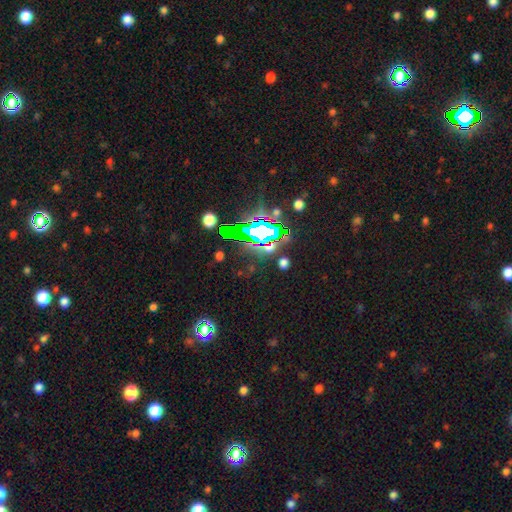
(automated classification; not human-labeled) Q: Smooth or featured?
A: star or artifact (69%); runner-up: featured or disk (16%)